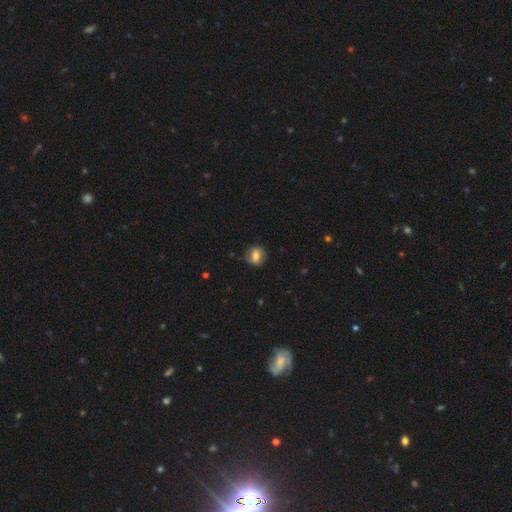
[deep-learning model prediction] The model was most divided on "how rounded": round: 63%, in between: 35%, cigar-shaped: 1%. More confident: merging — none (71%); smooth or featured — smooth (62%).